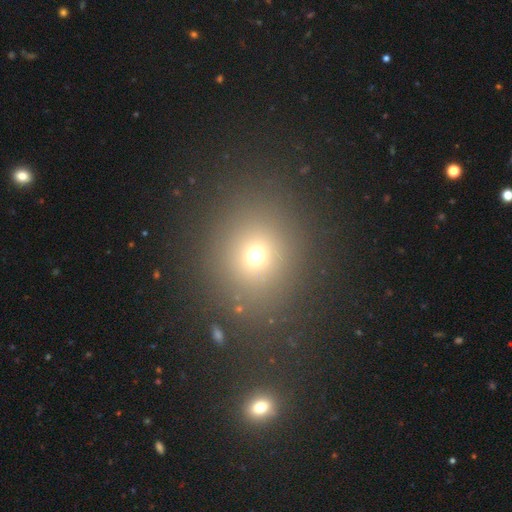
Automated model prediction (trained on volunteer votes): Smooth or featured: smooth — 68% (star or artifact — 22%)
How rounded: round — 81% (in between — 18%)
Merging: none — 84% (minor disturbance — 8%)